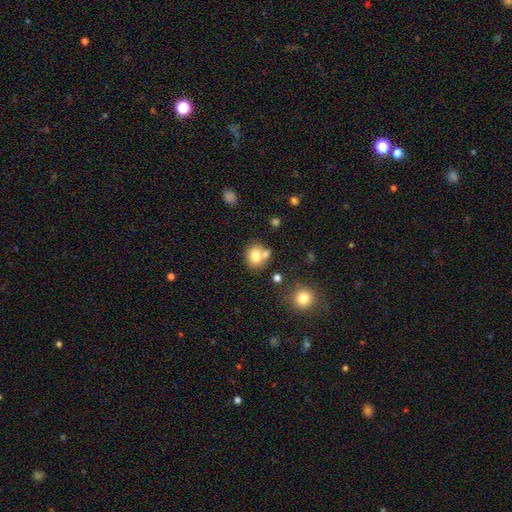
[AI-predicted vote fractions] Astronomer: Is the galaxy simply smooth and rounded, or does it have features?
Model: smooth — 75%.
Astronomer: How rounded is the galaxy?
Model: round — 75%.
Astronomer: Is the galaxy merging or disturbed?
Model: none — 54% (runner-up: merger, 30%).